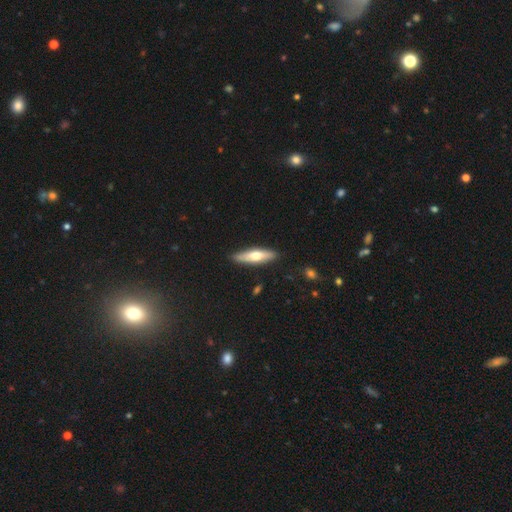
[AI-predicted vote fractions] A smooth galaxy with no disk features (53%) that is cigar-shaped (72%). Merging: none (89%).